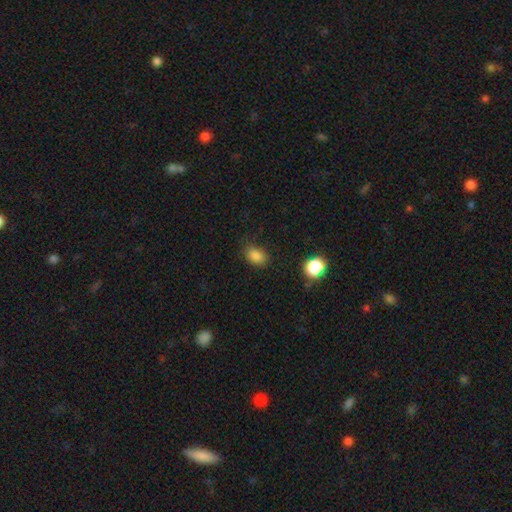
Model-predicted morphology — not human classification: This is clearly a smooth galaxy (85%). How rounded: clearly in between (82%). Merging: clearly none (81%).